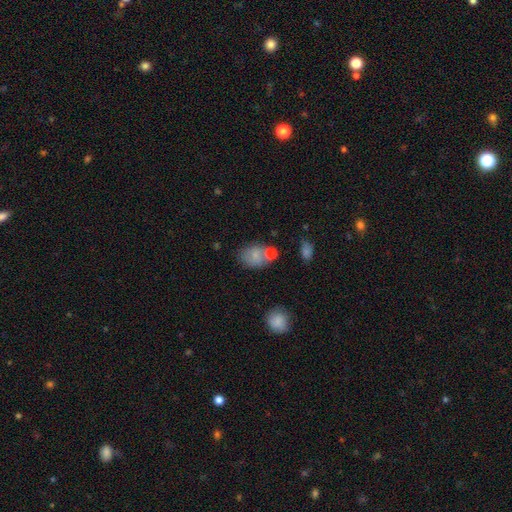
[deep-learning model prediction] Smooth or featured? Predicted: smooth (p=0.74). How rounded? Predicted: in between (p=0.68). Merging? Predicted: none (p=0.51).